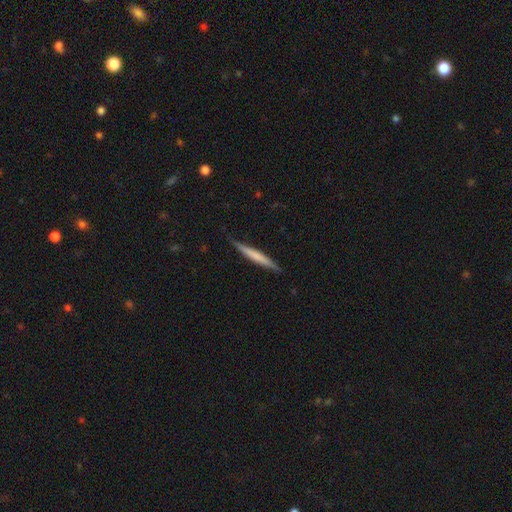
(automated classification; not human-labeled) Smooth or featured? smooth (53%)
How rounded? cigar-shaped (96%)
Merging? none (86%)